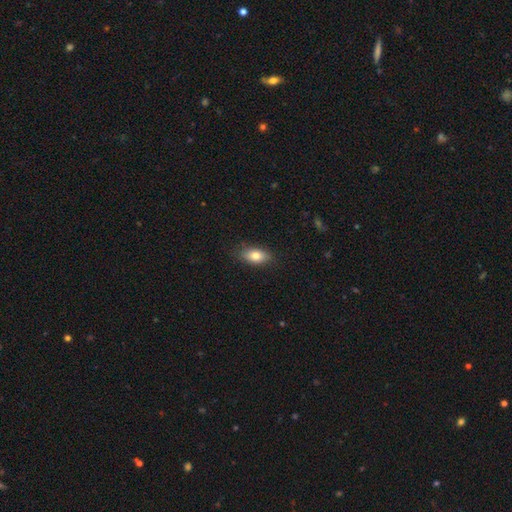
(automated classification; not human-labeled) smooth-or-featured: smooth: 79% | featured or disk: 14% | star or artifact: 8%
  how-rounded: in between: 86% | cigar-shaped: 7% | round: 6%
  merging: none: 84% | minor disturbance: 12% | major disturbance: 2% | merger: 1%